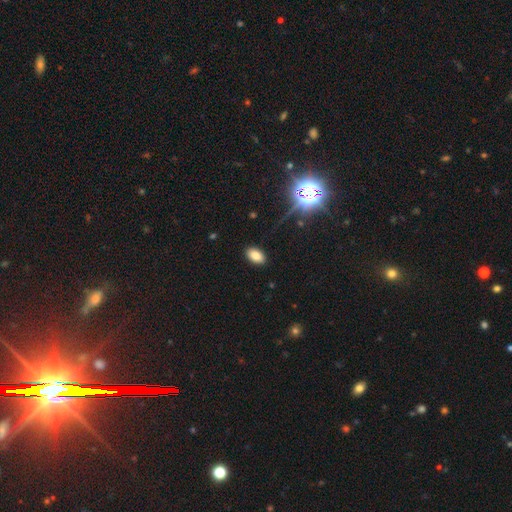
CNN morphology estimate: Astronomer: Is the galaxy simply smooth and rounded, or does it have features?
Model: smooth — 82%.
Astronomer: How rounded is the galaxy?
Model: in between — 93%.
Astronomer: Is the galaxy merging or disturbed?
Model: none — 89%.